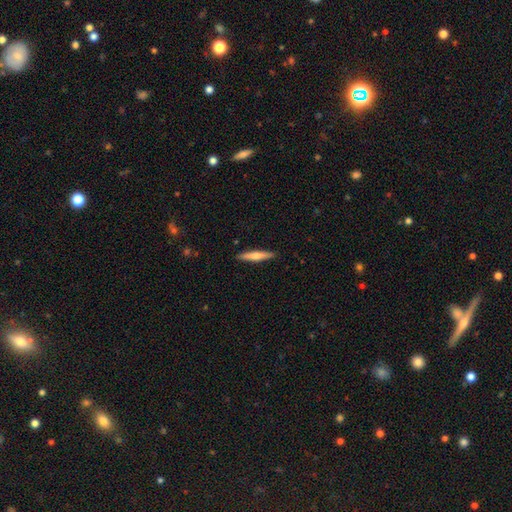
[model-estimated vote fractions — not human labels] Smooth or featured? smooth (60%)
How rounded? cigar-shaped (91%)
Merging? none (90%)